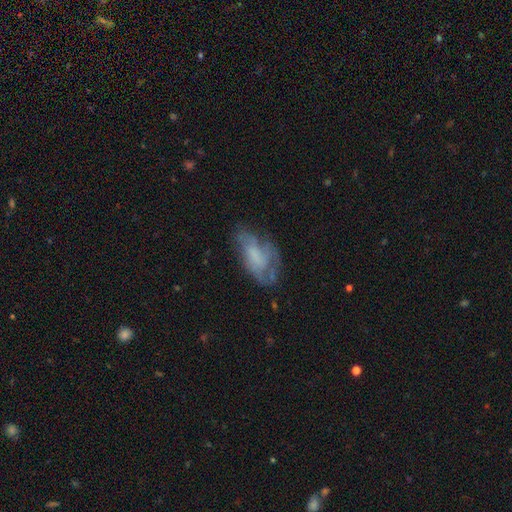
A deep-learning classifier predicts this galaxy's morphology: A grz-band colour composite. It shows a featured or disk galaxy (50%). Merging: none (54%).